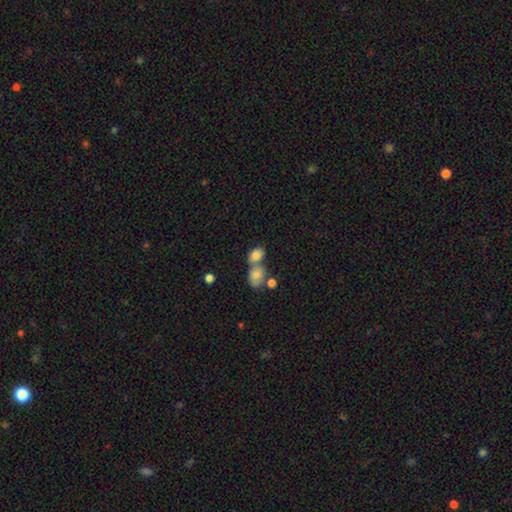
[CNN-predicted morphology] Smooth or featured: smooth — 81% (featured or disk — 10%)
How rounded: in between — 73% (round — 25%)
Merging: merger — 56% (none — 31%)